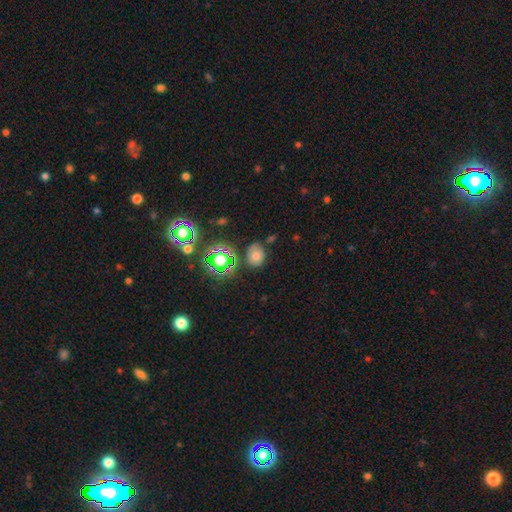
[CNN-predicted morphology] A smooth galaxy with no disk features (58%) that is in between round and cigar-shaped (50%).

Vote fractions:
- Smooth or featured? smooth: 58% / star or artifact: 24% / featured or disk: 18%
- How rounded? in between: 50% / round: 49% / cigar-shaped: 1%
- Merging? none: 69% / minor disturbance: 20% / major disturbance: 6% / merger: 6%